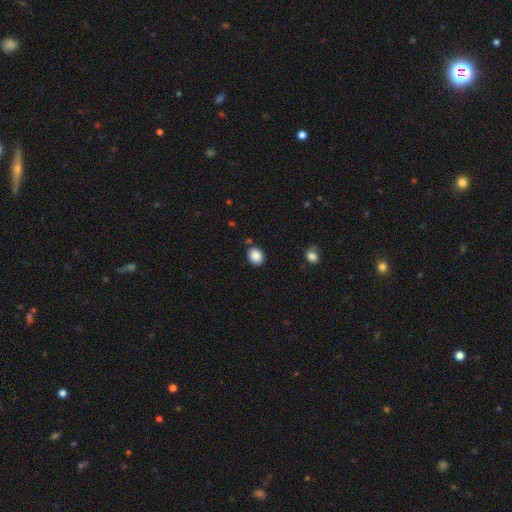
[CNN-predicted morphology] Overall: smooth (87%). How rounded: round (63%; in between 36%). Merging: none (83%).